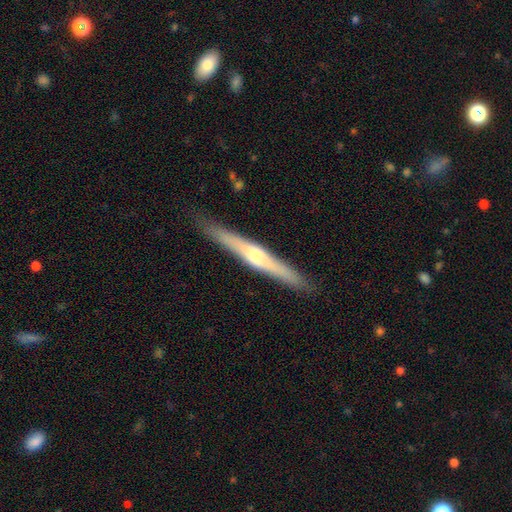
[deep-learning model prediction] Smooth or featured? Predicted: featured or disk (p=0.63). Edge-on disk? Predicted: yes (p=0.97). Edge-on bulge? Predicted: rounded (p=0.74). Merging? Predicted: none (p=0.89).